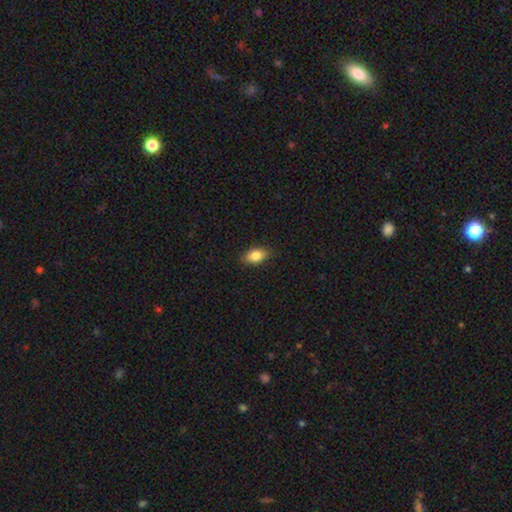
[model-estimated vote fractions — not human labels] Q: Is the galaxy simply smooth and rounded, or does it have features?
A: smooth — 84%.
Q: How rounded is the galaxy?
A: in between — 88%.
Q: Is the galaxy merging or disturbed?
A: none — 87%.